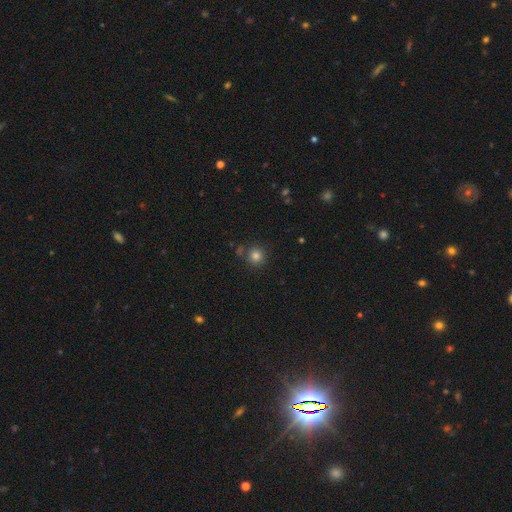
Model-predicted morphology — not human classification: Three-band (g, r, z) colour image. It shows a smooth galaxy with no disk features (82%) that is round (94%). Merging: none (81%).